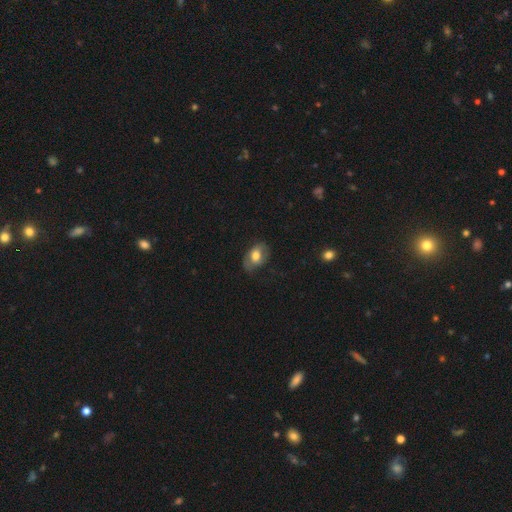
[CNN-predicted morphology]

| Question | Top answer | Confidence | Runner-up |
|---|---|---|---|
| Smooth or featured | smooth | 66% | featured or disk (27%) |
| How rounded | in between | 83% | round (16%) |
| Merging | none | 69% | minor disturbance (22%) |